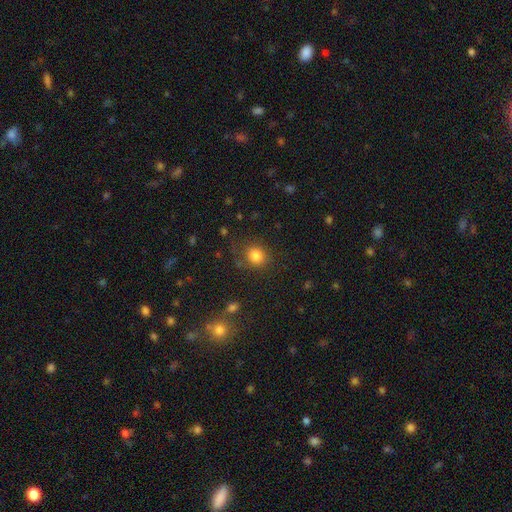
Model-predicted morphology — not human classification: A smooth galaxy with no disk features (82%) that is round (77%). Merging: none (77%).